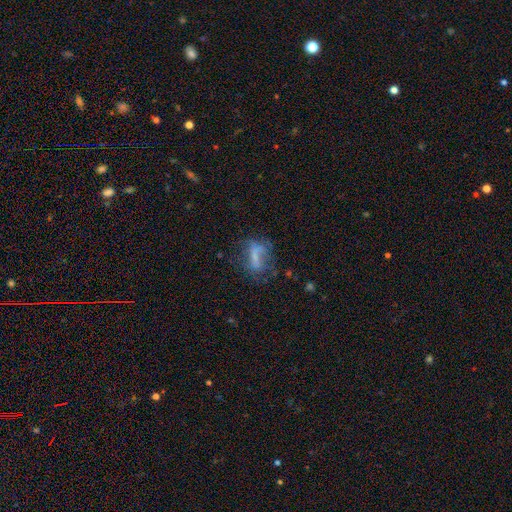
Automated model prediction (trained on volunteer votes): Smooth or featured? featured or disk (45%)
Merging? none (40%)